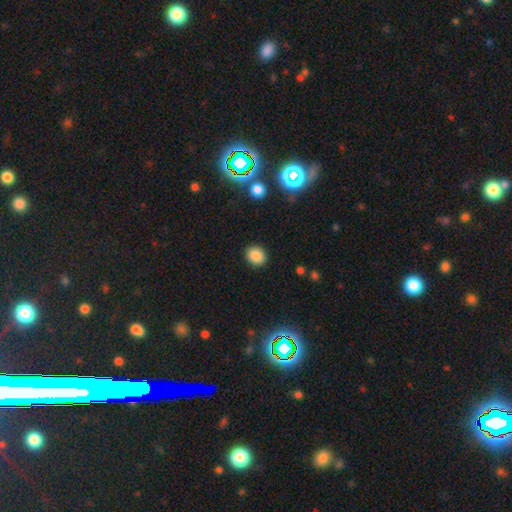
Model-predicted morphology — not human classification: smooth-or-featured: smooth: 85% | star or artifact: 10% | featured or disk: 4%
  how-rounded: round: 68% | in between: 31% | cigar-shaped: 1%
  merging: none: 90% | minor disturbance: 7% | major disturbance: 2% | merger: 1%